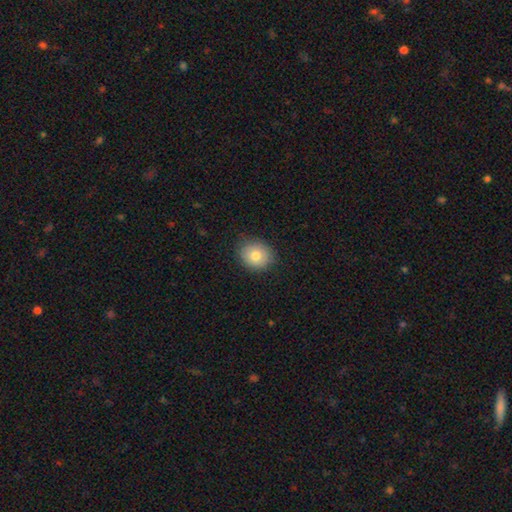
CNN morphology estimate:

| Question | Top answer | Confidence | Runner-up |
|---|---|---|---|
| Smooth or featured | smooth | 78% | featured or disk (13%) |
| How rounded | round | 71% | in between (28%) |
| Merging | none | 85% | minor disturbance (12%) |